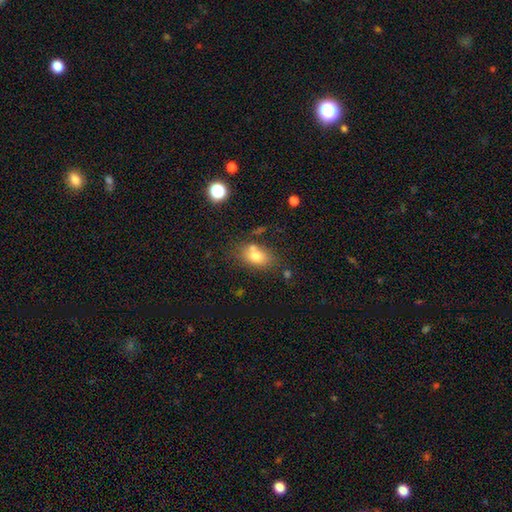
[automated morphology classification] This is likely a smooth galaxy (74%). How rounded: likely in between (79%). Merging: possibly none (60%).